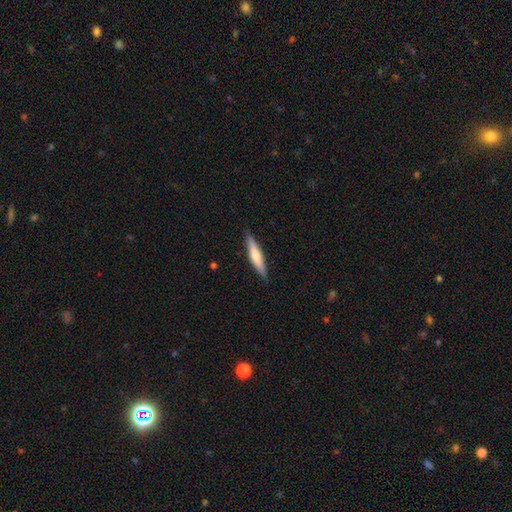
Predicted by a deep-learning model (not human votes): smooth_or_featured: smooth (p=0.60) [alt: featured or disk p=0.35]
how_rounded: cigar-shaped (p=0.87) [alt: in between p=0.11]
merging: none (p=0.89) [alt: minor disturbance p=0.09]